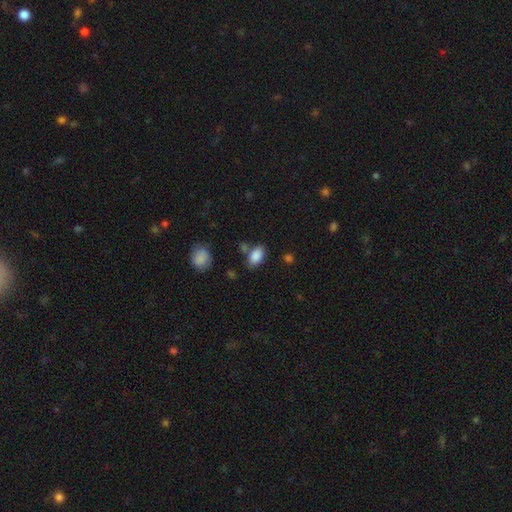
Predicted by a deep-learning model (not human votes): smooth-or-featured: smooth: 87% | star or artifact: 8% | featured or disk: 5%
  how-rounded: in between: 91% | round: 7% | cigar-shaped: 2%
  merging: none: 67% | minor disturbance: 17% | merger: 11% | major disturbance: 4%